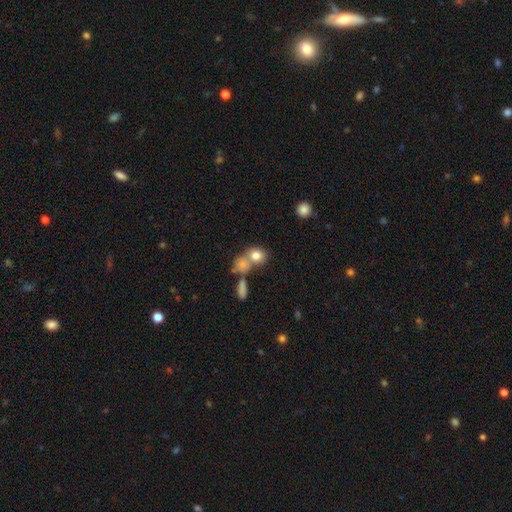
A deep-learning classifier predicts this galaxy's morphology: Smooth or featured? smooth (77%)
How rounded? round (67%)
Merging? merger (45%)